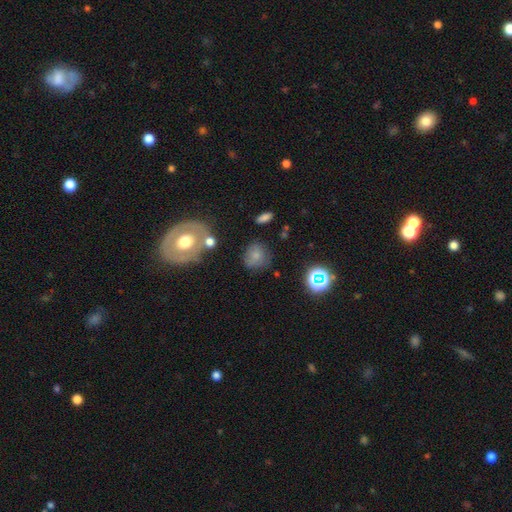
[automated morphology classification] Smooth or featured: smooth — 71% (star or artifact — 15%)
How rounded: round — 78% (in between — 21%)
Merging: none — 66% (minor disturbance — 19%)